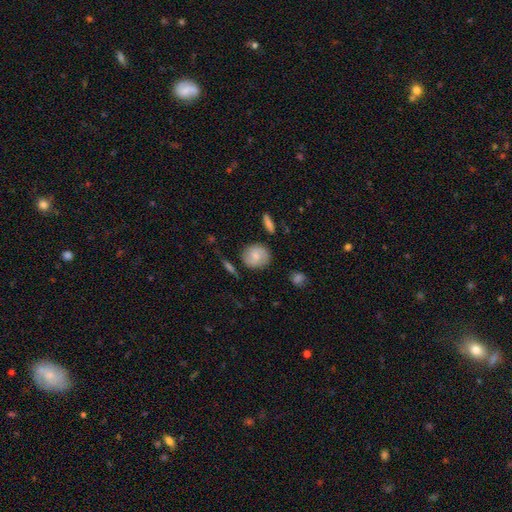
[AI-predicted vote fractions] smooth_or_featured: smooth (p=0.63) [alt: featured or disk p=0.29]
how_rounded: round (p=0.78) [alt: in between p=0.21]
merging: none (p=0.79) [alt: minor disturbance p=0.14]